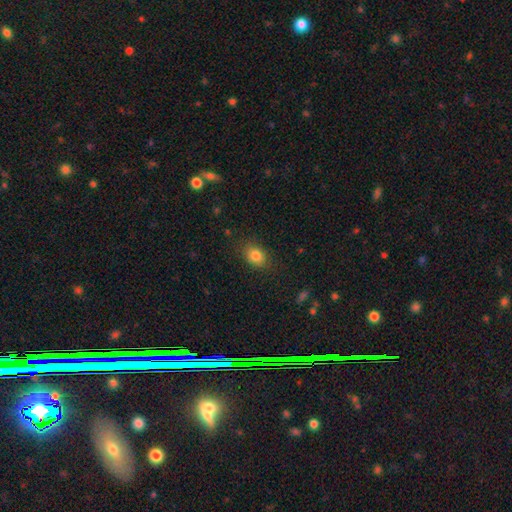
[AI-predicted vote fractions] Smooth or featured: smooth — 83% (star or artifact — 10%)
How rounded: in between — 65% (round — 33%)
Merging: none — 84% (minor disturbance — 11%)